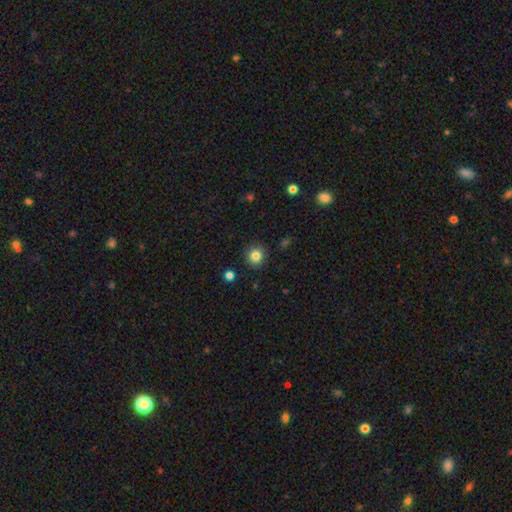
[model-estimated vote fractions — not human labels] This is clearly a smooth galaxy (83%). How rounded: clearly round (92%). Merging: clearly none (91%).